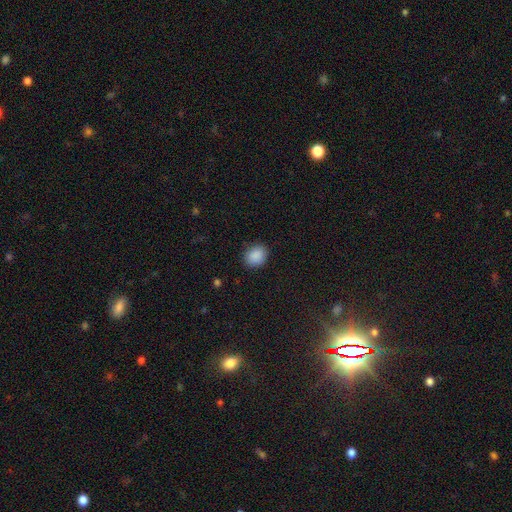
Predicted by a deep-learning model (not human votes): Smooth or featured: smooth — 89% (star or artifact — 8%)
How rounded: round — 59% (in between — 40%)
Merging: none — 86% (minor disturbance — 10%)